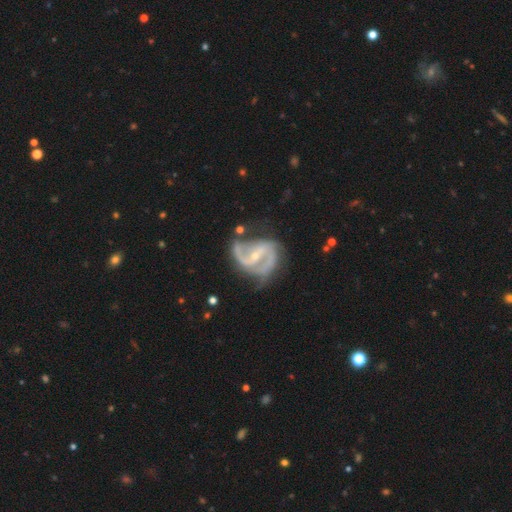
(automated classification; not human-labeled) This appears to be a featured or disk galaxy (90%) with a strong bar (42%), 2 (83%) medium (54%) spiral arms (97%) and a small central bulge (72%). Merging: none (52%).